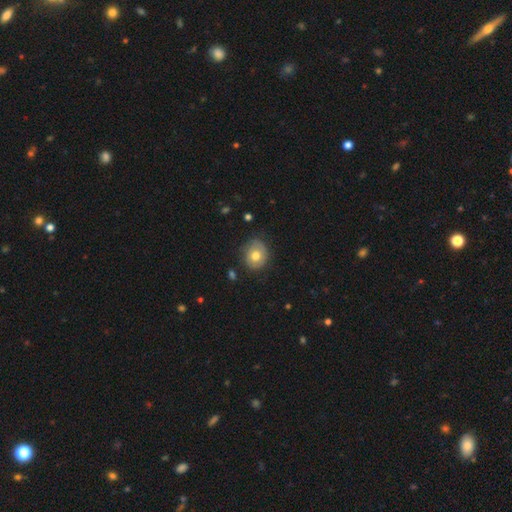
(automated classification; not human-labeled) smooth_or_featured: smooth (p=0.70) [alt: featured or disk p=0.21]
how_rounded: round (p=0.75) [alt: in between p=0.24]
merging: none (p=0.76) [alt: minor disturbance p=0.19]